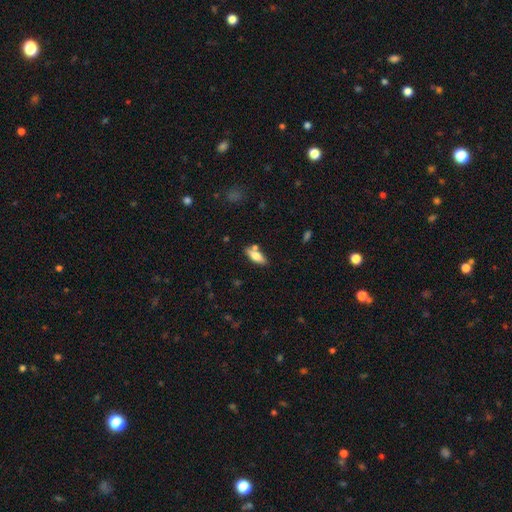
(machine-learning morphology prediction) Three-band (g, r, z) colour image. It shows a smooth galaxy with no disk features (69%) that is in between round and cigar-shaped (67%). Merging: none (69%).